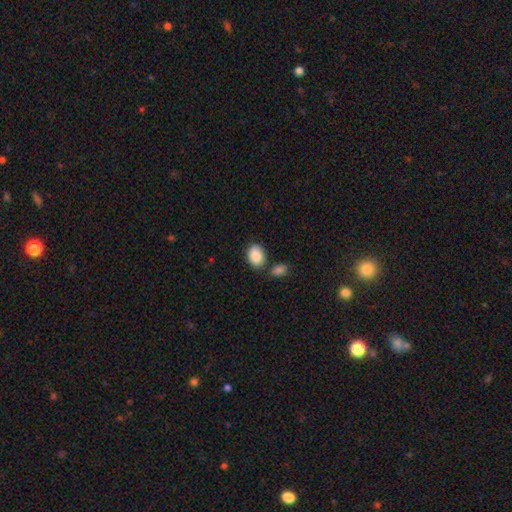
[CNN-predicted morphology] smooth 89%, star or artifact 7%, featured or disk 5%. Down the decision tree: how rounded — in between (79%); merging — none (71%).